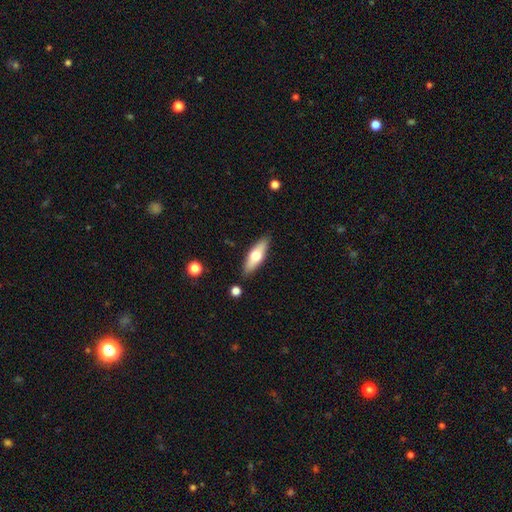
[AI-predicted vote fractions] smooth-or-featured: smooth: 56% | featured or disk: 38% | star or artifact: 6%
  how-rounded: in between: 51% | cigar-shaped: 47% | round: 2%
  merging: none: 86% | minor disturbance: 9% | merger: 2% | major disturbance: 2%